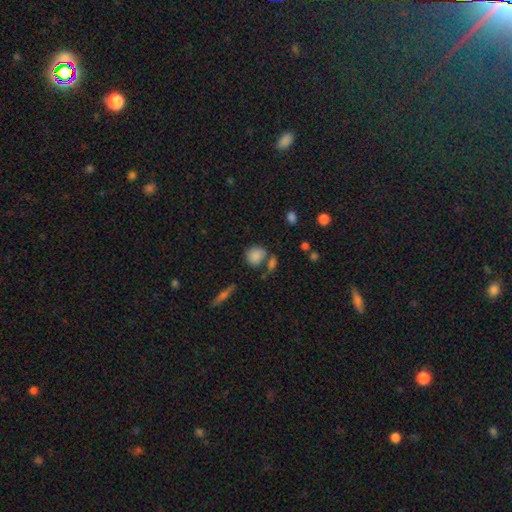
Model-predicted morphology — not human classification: A smooth galaxy with no disk features (83%) that is round (67%). Merging: none (60%).